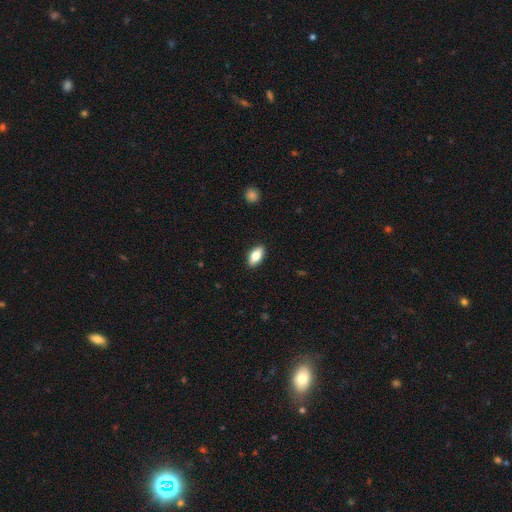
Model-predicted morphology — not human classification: smooth 76%, featured or disk 17%, star or artifact 7%. Down the decision tree: how rounded — in between (86%); merging — none (89%).